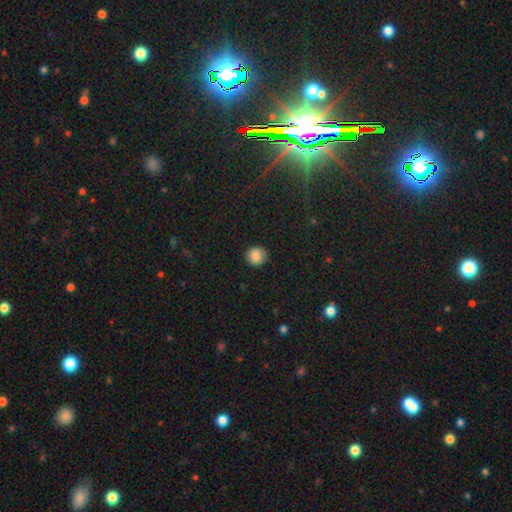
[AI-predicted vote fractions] Smooth or featured? Predicted: smooth (p=0.86). How rounded? Predicted: round (p=0.88). Merging? Predicted: none (p=0.88).